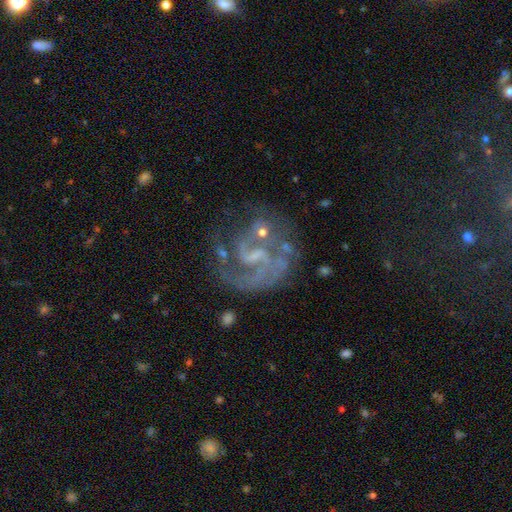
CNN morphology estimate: A featured or disk galaxy (84%) with a weak bar (48%), 2 (45%) medium (45%) spiral arms (91%) and no central bulge (41%, tied with small). Merging: none (54%).